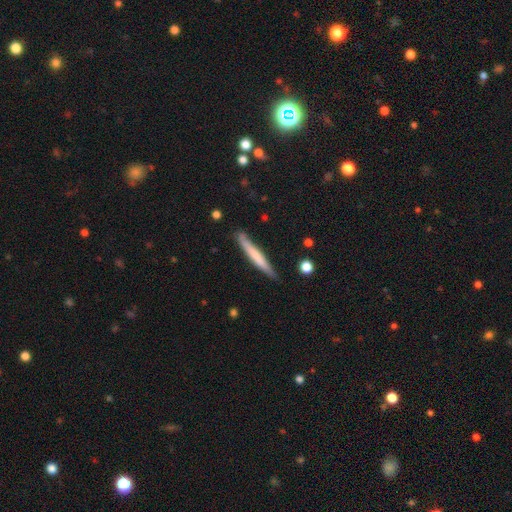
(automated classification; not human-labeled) Morphology: type=smooth (59%); roundness=cigar-shaped (96%); merging=none (83%).